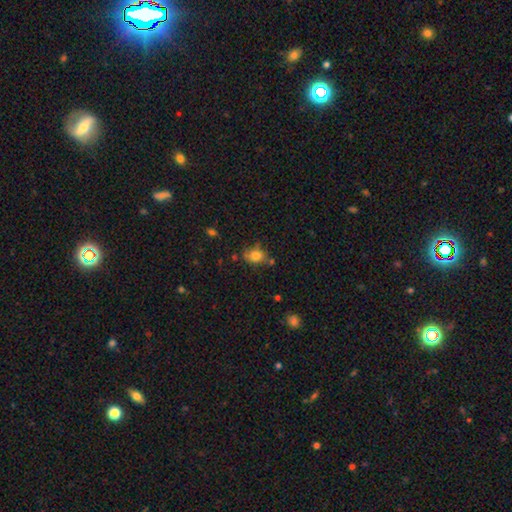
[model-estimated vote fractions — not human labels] Smooth or featured? Predicted: smooth (p=0.80). How rounded? Predicted: in between (p=0.52). Merging? Predicted: none (p=0.63).